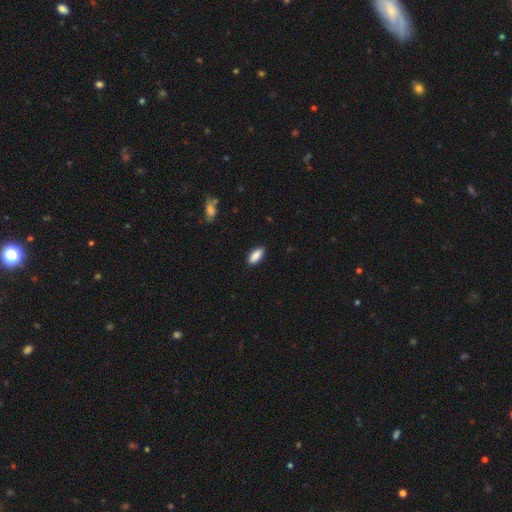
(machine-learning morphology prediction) type=smooth (89%); roundness=in between (79%); merging=none (89%).